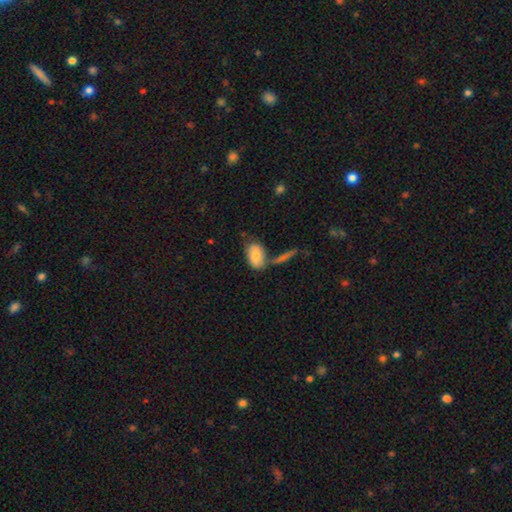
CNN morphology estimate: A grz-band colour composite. It shows a smooth galaxy with no disk features (78%) that is in between round and cigar-shaped (90%). Merging: none (48%).